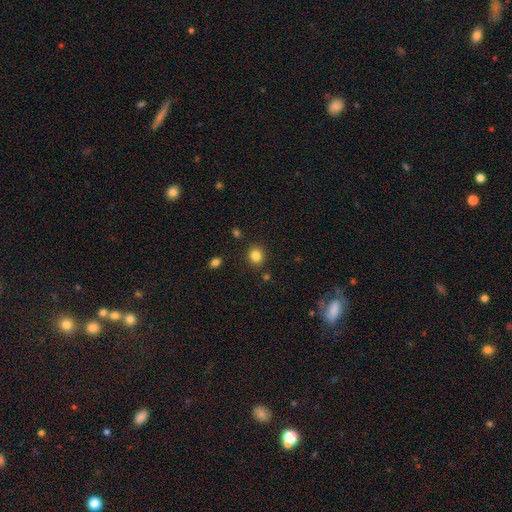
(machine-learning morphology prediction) Overall: smooth (83%). How rounded: round (77%). Merging: none (87%).